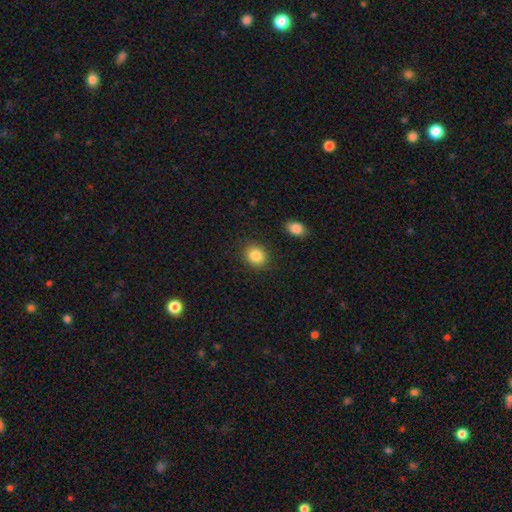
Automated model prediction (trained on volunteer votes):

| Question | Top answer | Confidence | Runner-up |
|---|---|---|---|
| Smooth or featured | smooth | 85% | star or artifact (9%) |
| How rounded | round | 70% | in between (29%) |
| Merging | none | 87% | minor disturbance (8%) |